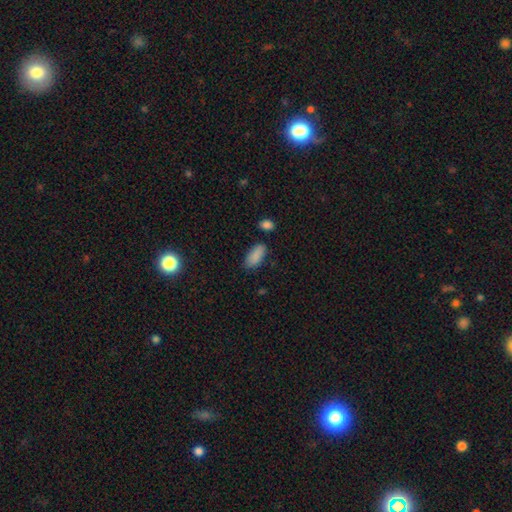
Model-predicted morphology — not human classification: A smooth galaxy with no disk features (88%) that is in between round and cigar-shaped (90%).

Vote fractions:
- Smooth or featured? smooth: 88% / star or artifact: 8% / featured or disk: 4%
- How rounded? in between: 90% / cigar-shaped: 8% / round: 2%
- Merging? none: 79% / minor disturbance: 14% / merger: 3% / major disturbance: 3%